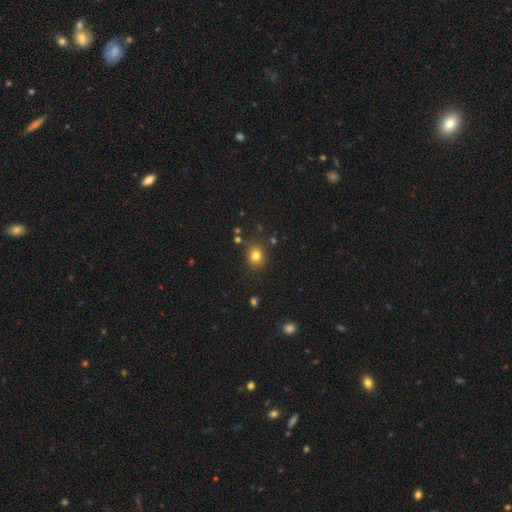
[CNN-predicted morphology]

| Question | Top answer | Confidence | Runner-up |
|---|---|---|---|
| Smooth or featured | smooth | 79% | star or artifact (13%) |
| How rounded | round | 59% | in between (41%) |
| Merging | none | 83% | minor disturbance (11%) |